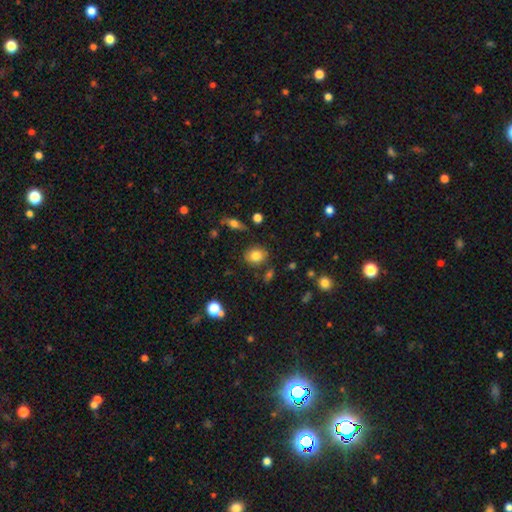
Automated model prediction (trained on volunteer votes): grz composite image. It shows a smooth galaxy with no disk features (80%) that is round (59%). Merging: none (80%).